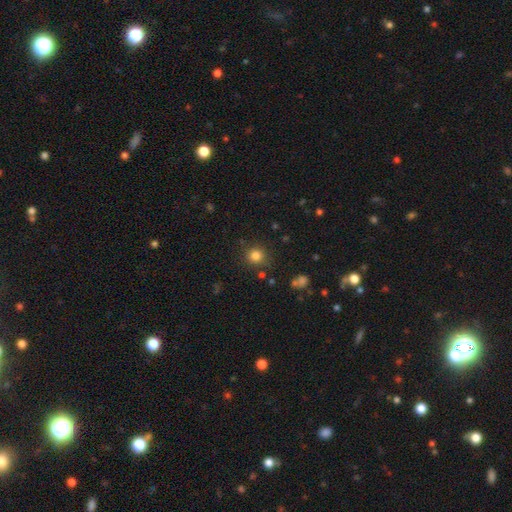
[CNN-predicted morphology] smooth_or_featured: smooth (p=0.81) [alt: star or artifact p=0.13]
how_rounded: round (p=0.91) [alt: in between p=0.08]
merging: none (p=0.84) [alt: minor disturbance p=0.09]